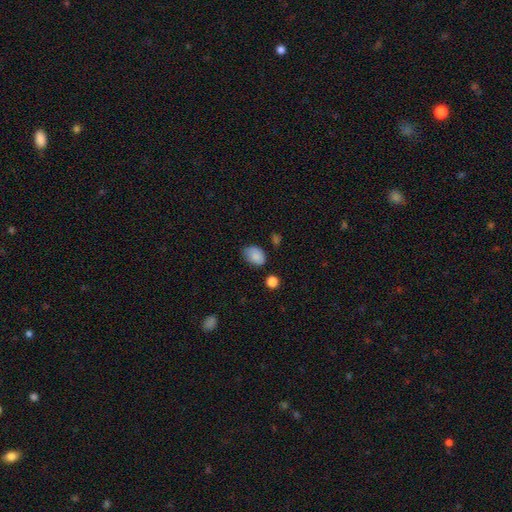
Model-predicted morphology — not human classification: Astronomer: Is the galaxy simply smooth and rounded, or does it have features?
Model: smooth — 85%.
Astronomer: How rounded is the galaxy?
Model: in between — 77%.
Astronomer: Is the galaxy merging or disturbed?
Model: none — 66%.